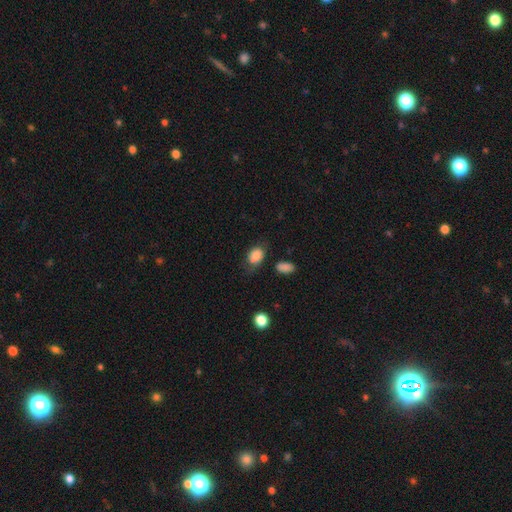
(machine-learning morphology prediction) smooth 84%, star or artifact 9%, featured or disk 8%. Down the decision tree: how rounded — in between (75%); merging — none (59%).